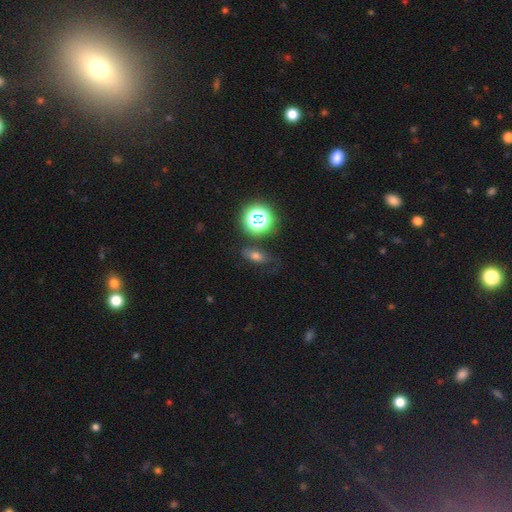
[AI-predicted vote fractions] Overall: smooth (59%; star or artifact 25%). How rounded: in between (72%). Merging: none (68%).